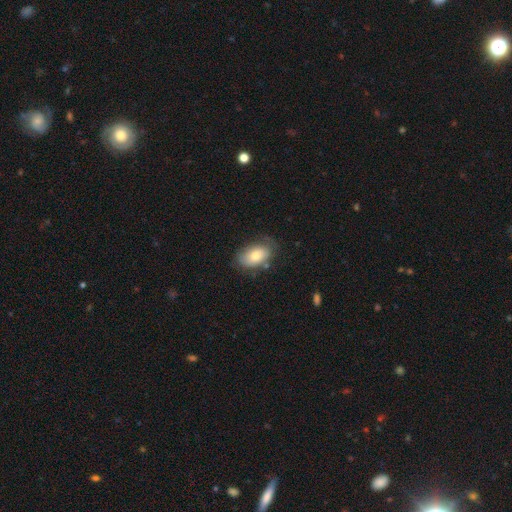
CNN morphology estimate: Smooth or featured? Predicted: smooth (p=0.75). How rounded? Predicted: in between (p=0.91). Merging? Predicted: none (p=0.64).